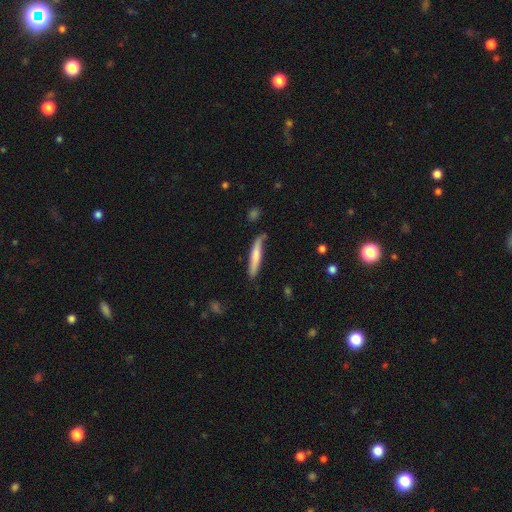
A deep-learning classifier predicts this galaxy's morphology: A smooth galaxy with no disk features (68%) that is cigar-shaped (93%).

Vote fractions:
- Smooth or featured? smooth: 68% / featured or disk: 27% / star or artifact: 5%
- How rounded? cigar-shaped: 93% / in between: 6% / round: 1%
- Merging? none: 70% / minor disturbance: 22% / major disturbance: 4% / merger: 4%